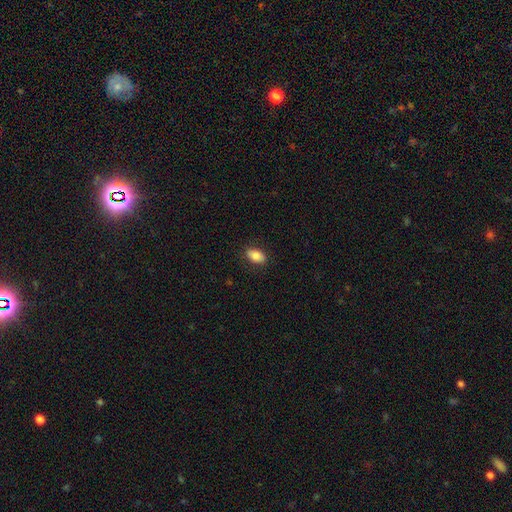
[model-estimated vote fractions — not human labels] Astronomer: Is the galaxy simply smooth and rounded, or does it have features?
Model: smooth — 84%.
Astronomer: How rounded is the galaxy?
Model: in between — 91%.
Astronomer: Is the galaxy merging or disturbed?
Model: none — 86%.